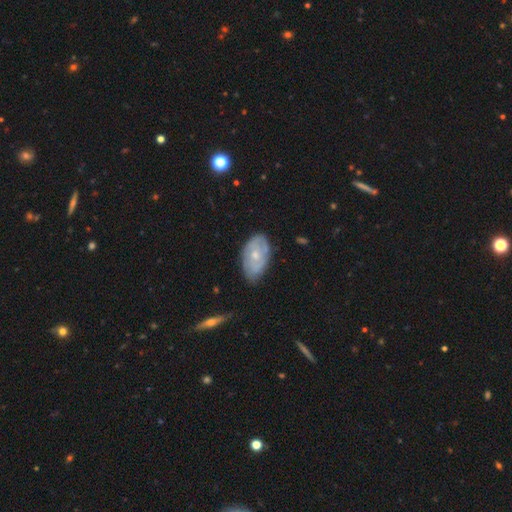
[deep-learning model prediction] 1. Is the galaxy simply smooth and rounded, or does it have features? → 56% featured or disk, 38% smooth, 6% star or artifact.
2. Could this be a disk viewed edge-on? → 91% no, 9% yes.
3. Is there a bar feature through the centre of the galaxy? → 76% no, 20% weak, 4% strong.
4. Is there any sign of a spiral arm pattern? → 60% yes, 40% no.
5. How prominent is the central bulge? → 52% small, 44% moderate, 2% none, 2% large, 1% dominant.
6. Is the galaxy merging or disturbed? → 69% none, 25% minor disturbance, 5% major disturbance, 2% merger.